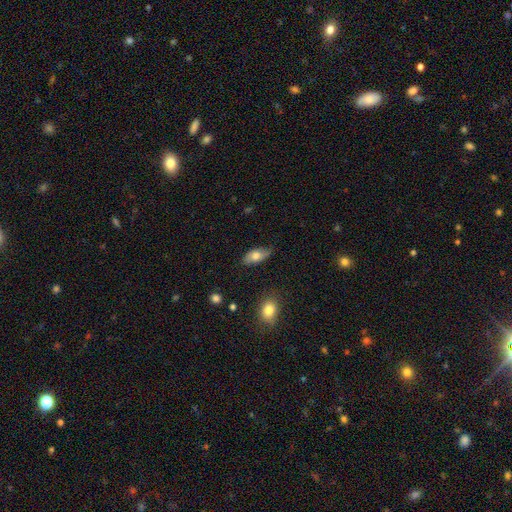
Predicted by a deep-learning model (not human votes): This is likely a smooth galaxy (70%). How rounded: clearly in between (87%). Merging: likely none (78%).